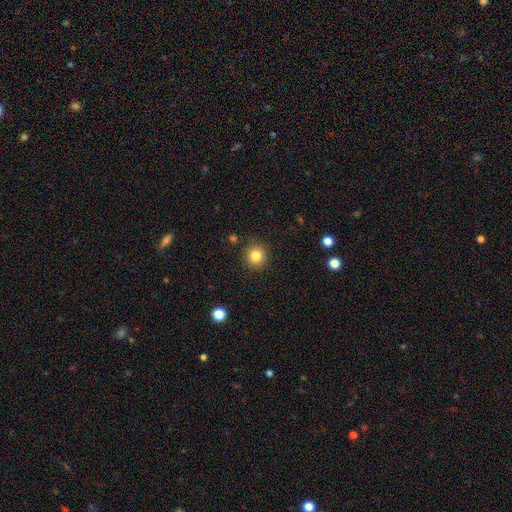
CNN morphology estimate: smooth-or-featured: smooth: 83% | star or artifact: 11% | featured or disk: 6%
  how-rounded: round: 93% | in between: 6% | cigar-shaped: 1%
  merging: none: 88% | minor disturbance: 7% | major disturbance: 2% | merger: 2%